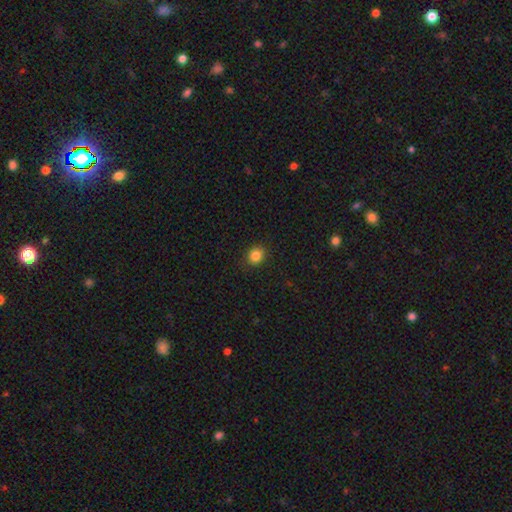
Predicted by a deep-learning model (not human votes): Q: Smooth or featured?
A: smooth (84%); runner-up: star or artifact (12%)
Q: How rounded?
A: round (75%); runner-up: in between (24%)
Q: Merging?
A: none (90%); runner-up: minor disturbance (7%)